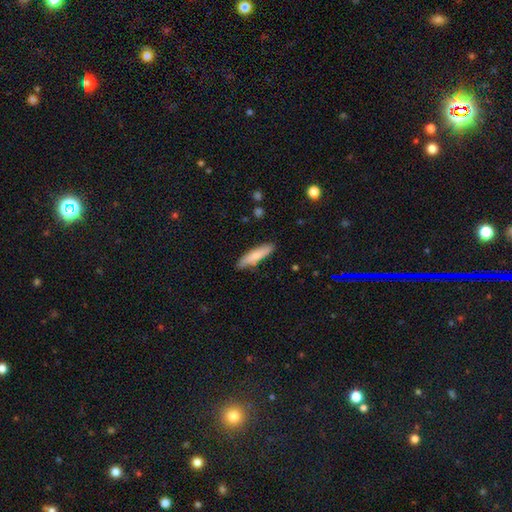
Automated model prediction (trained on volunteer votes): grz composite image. It shows a smooth galaxy with no disk features (77%) that is cigar-shaped (78%). Merging: none (83%).